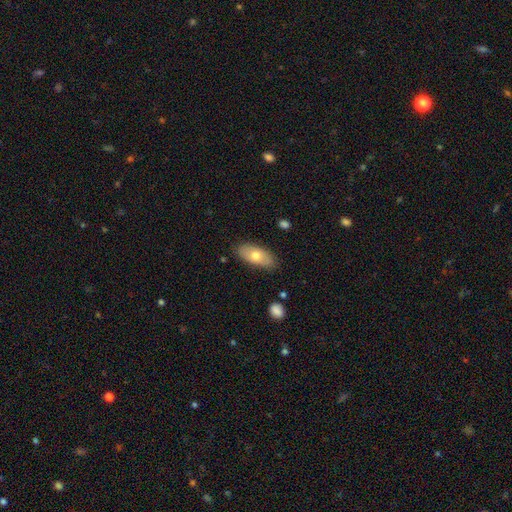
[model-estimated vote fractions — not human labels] Smooth or featured?
  - smooth: 69% *
  - featured or disk: 25%
  - star or artifact: 6%
How rounded?
  - in between: 88% *
  - cigar-shaped: 9%
  - round: 3%
Merging?
  - none: 83% *
  - minor disturbance: 13%
  - major disturbance: 3%
  - merger: 2%